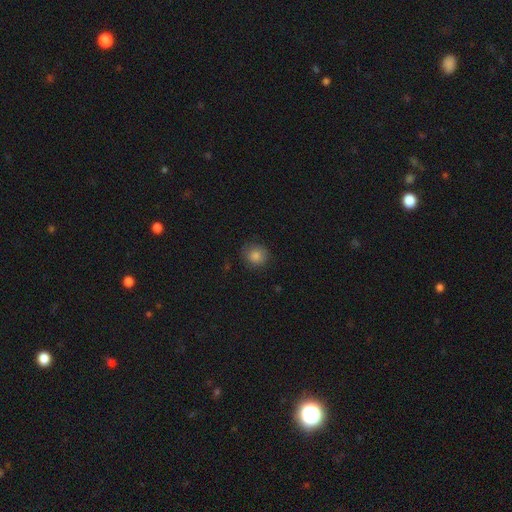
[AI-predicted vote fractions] Q: Smooth or featured?
A: smooth (83%); runner-up: star or artifact (11%)
Q: How rounded?
A: round (89%); runner-up: in between (10%)
Q: Merging?
A: none (84%); runner-up: minor disturbance (12%)